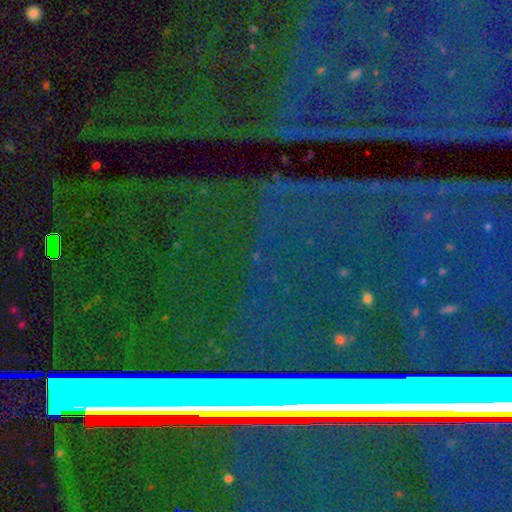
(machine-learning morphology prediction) This appears to be a star or artifact, not a galaxy (77%).